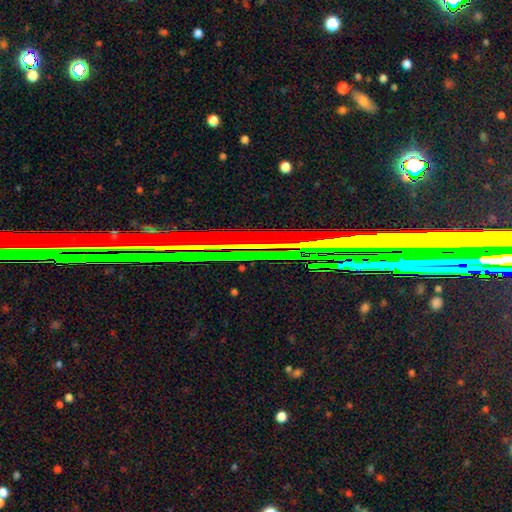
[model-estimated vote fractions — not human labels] A star or artifact, not a galaxy (78%).